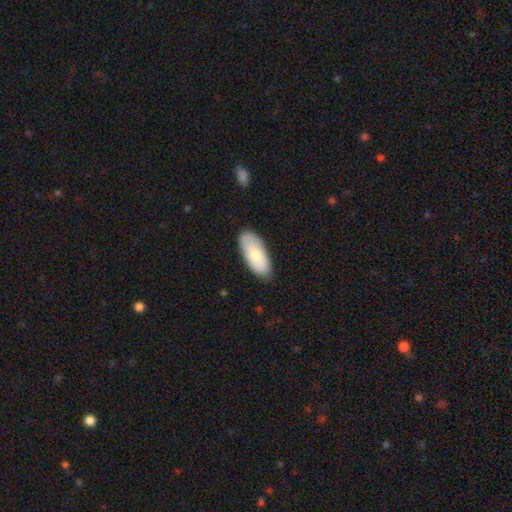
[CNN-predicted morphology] Overall: smooth (78%). How rounded: in between (88%). Merging: none (81%).